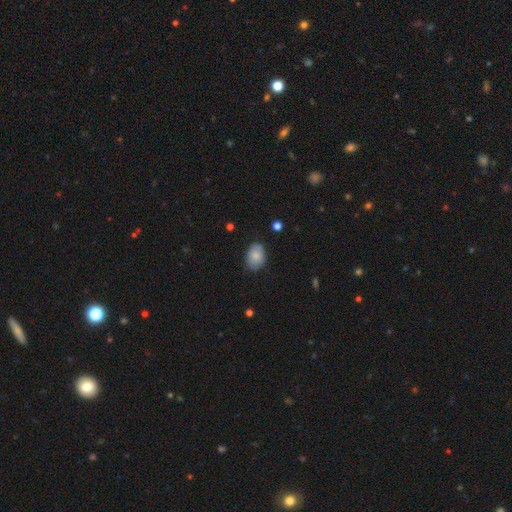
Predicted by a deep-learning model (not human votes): smooth 81%, featured or disk 12%, star or artifact 8%. Down the decision tree: how rounded — in between (79%); merging — none (76%).